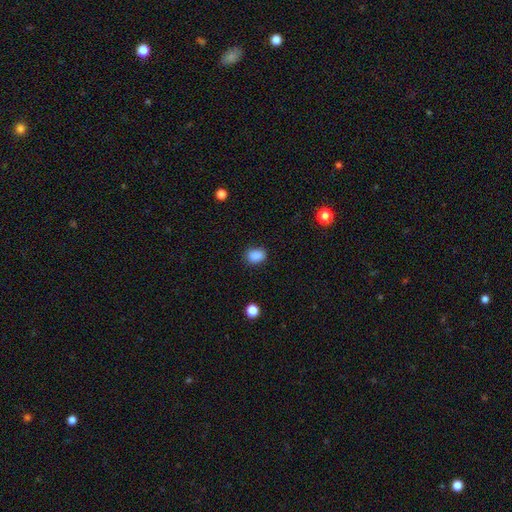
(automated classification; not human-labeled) smooth-or-featured: smooth: 87% | star or artifact: 9% | featured or disk: 3%
  how-rounded: in between: 66% | round: 33% | cigar-shaped: 1%
  merging: none: 80% | minor disturbance: 15% | major disturbance: 3% | merger: 1%